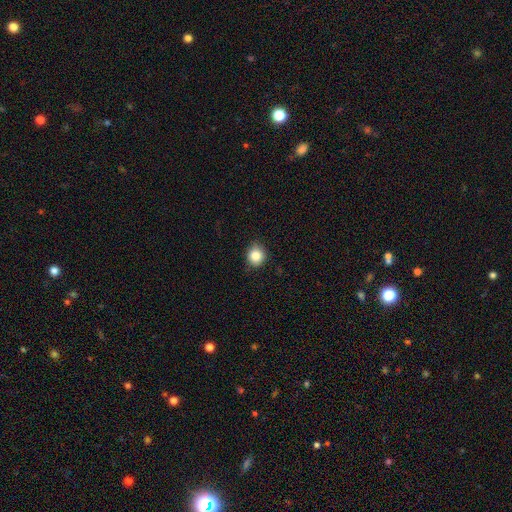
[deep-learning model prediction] This is clearly a smooth galaxy (84%). How rounded: likely round (79%). Merging: clearly none (84%).